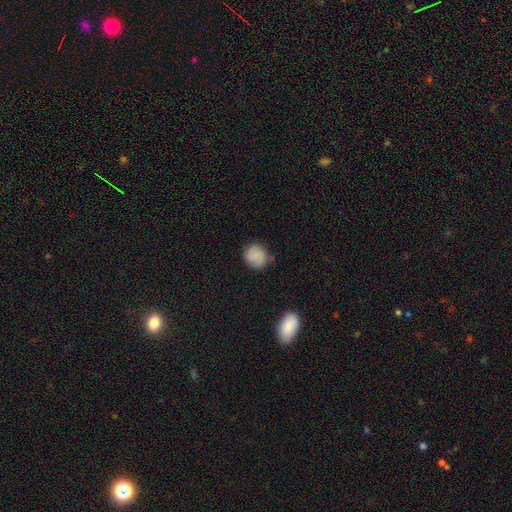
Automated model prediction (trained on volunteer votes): Smooth or featured? smooth (81%)
How rounded? round (82%)
Merging? none (74%)